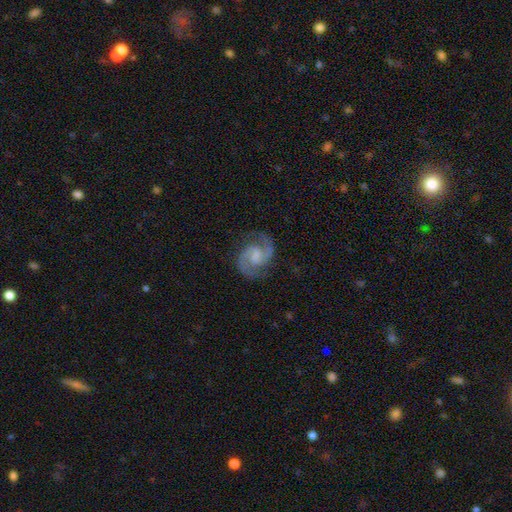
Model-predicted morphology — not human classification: A featured or disk galaxy (90%) with a weak bar (54%), 2 (94%) medium (63%) spiral arms (98%) and no central bulge (39%). Merging: none (80%).